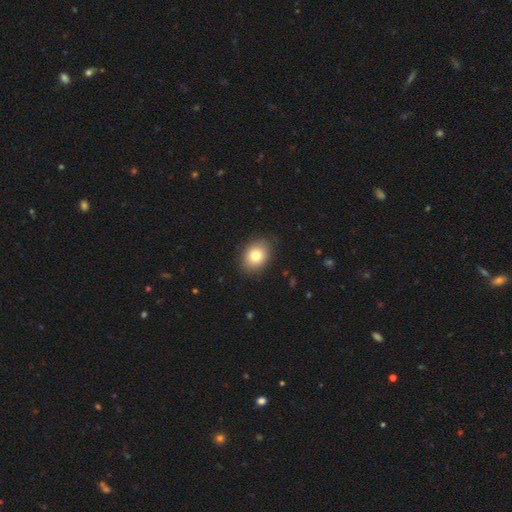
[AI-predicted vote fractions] smooth 80%, featured or disk 11%, star or artifact 8%. Down the decision tree: how rounded — in between (69%); merging — none (86%).